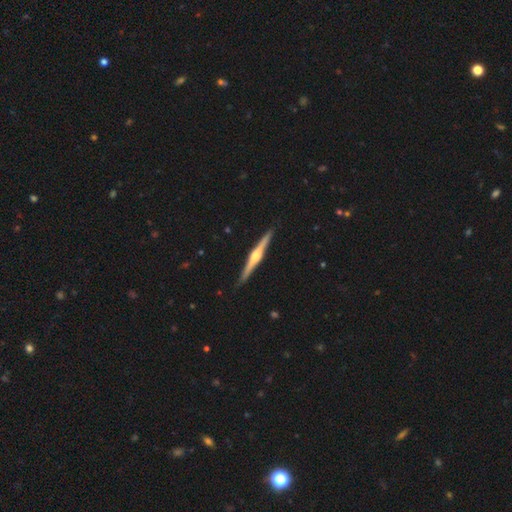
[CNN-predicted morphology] Overall: featured or disk (80%). Edge-on disk: yes (98%). Edge-on bulge: rounded (91%). Merging: none (91%).